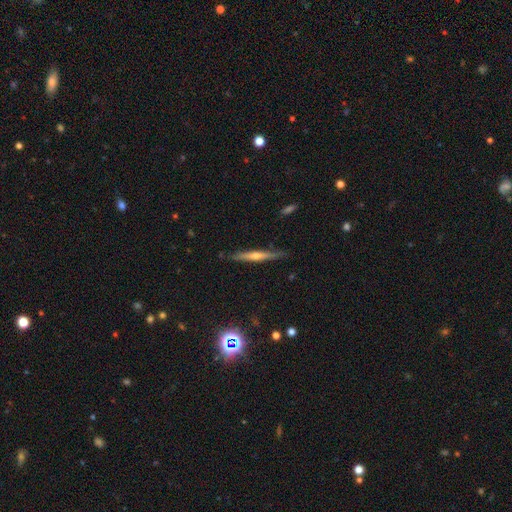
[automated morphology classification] Smooth or featured? Predicted: featured or disk (p=0.65). Edge-on disk? Predicted: yes (p=0.97). Edge-on bulge? Predicted: rounded (p=0.75). Merging? Predicted: none (p=0.87).